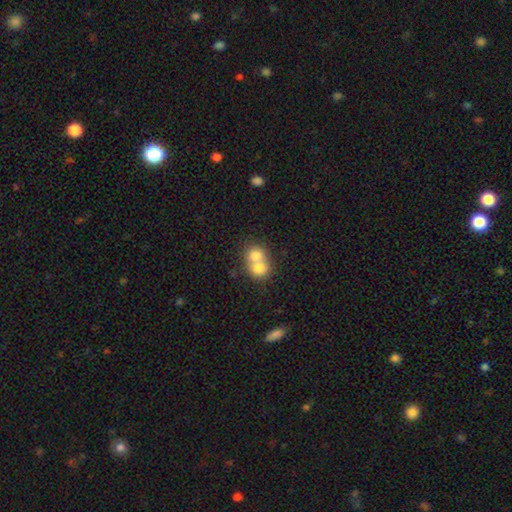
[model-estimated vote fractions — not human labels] Smooth or featured? Predicted: smooth (p=0.75). How rounded? Predicted: round (p=0.71). Merging? Predicted: merger (p=0.72).